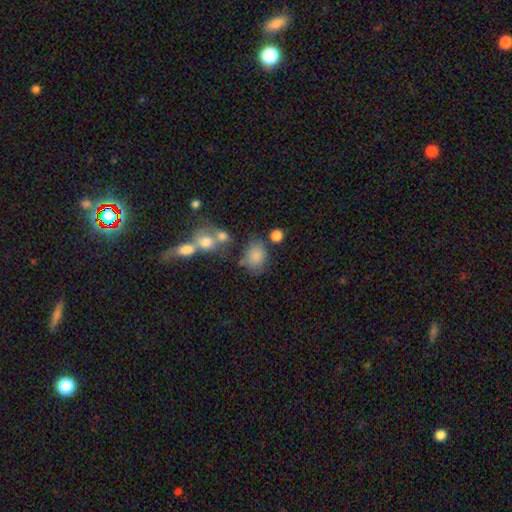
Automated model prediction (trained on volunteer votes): This is likely a smooth galaxy (79%). How rounded: possibly round (52%). Merging: possibly none (53%).